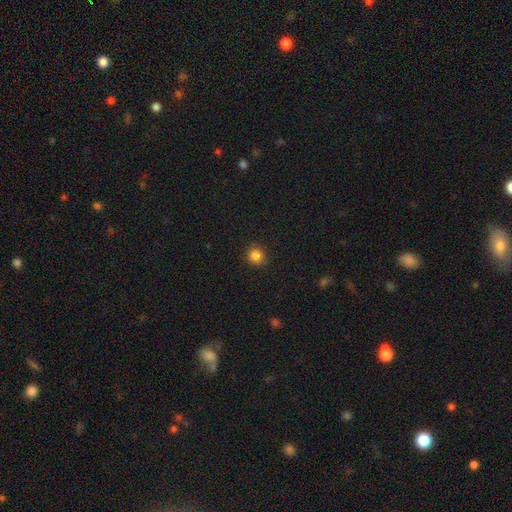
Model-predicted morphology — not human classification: A smooth galaxy with no disk features (84%) that is round (84%).

Vote fractions:
- Smooth or featured? smooth: 84% / star or artifact: 12% / featured or disk: 4%
- How rounded? round: 84% / in between: 15% / cigar-shaped: 1%
- Merging? none: 87% / minor disturbance: 9% / major disturbance: 2% / merger: 1%